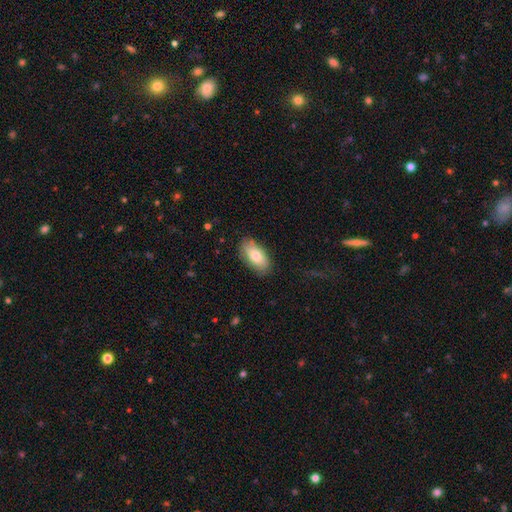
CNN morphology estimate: A smooth galaxy with no disk features (79%) that is in between round and cigar-shaped (92%).

Vote fractions:
- Smooth or featured? smooth: 79% / featured or disk: 15% / star or artifact: 6%
- How rounded? in between: 92% / cigar-shaped: 5% / round: 3%
- Merging? none: 80% / minor disturbance: 15% / major disturbance: 3% / merger: 1%